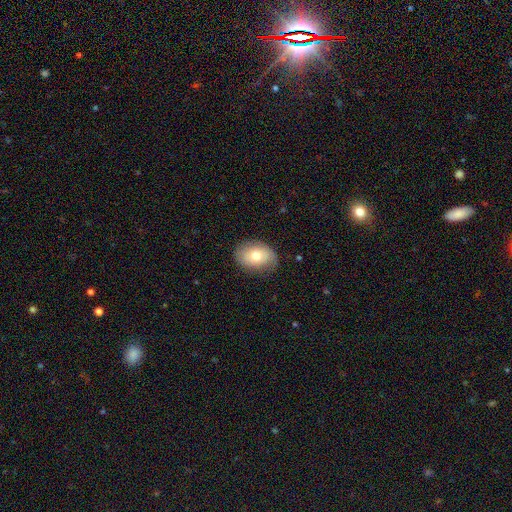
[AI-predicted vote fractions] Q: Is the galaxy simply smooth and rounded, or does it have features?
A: smooth — 67%.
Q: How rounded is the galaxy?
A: in between — 74%.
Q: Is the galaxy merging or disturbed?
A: none — 78%.